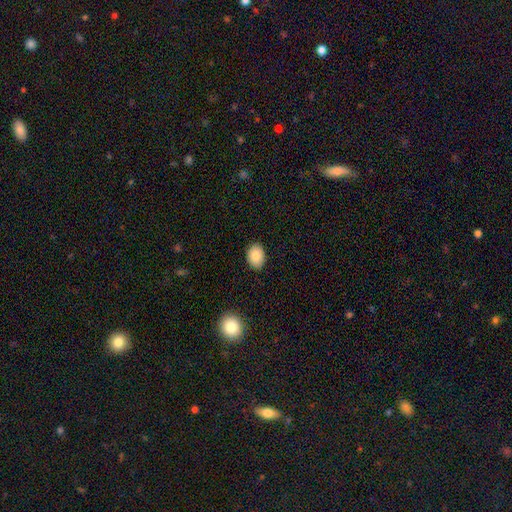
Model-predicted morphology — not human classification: This appears to be a smooth galaxy with no disk features (88%) that is in between round and cigar-shaped (72%). Merging: none (88%).